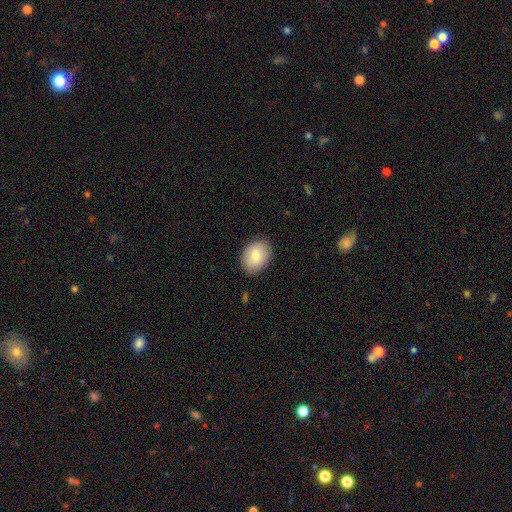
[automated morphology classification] type=smooth (80%); roundness=in between (63%); merging=none (86%).